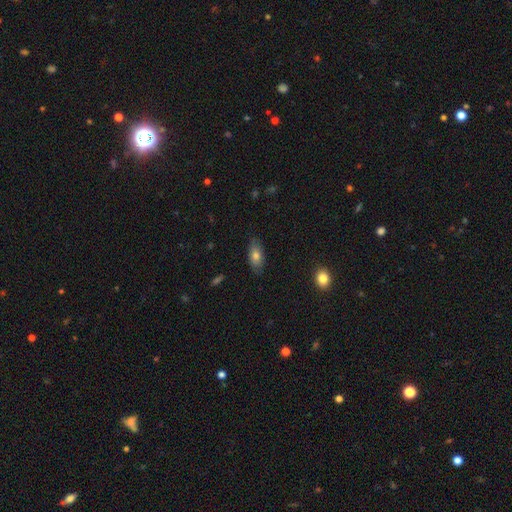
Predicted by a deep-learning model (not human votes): This is likely a smooth galaxy (76%). How rounded: clearly in between (89%). Merging: clearly none (82%).